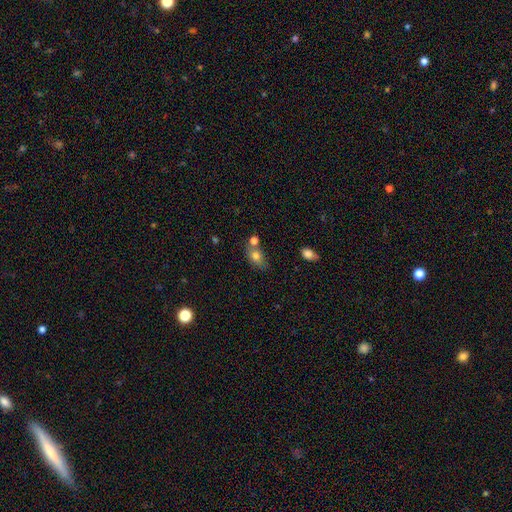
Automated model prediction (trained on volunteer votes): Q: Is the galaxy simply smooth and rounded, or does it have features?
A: smooth — 76%.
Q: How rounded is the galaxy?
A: in between — 71%.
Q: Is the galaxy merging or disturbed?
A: none — 54%.